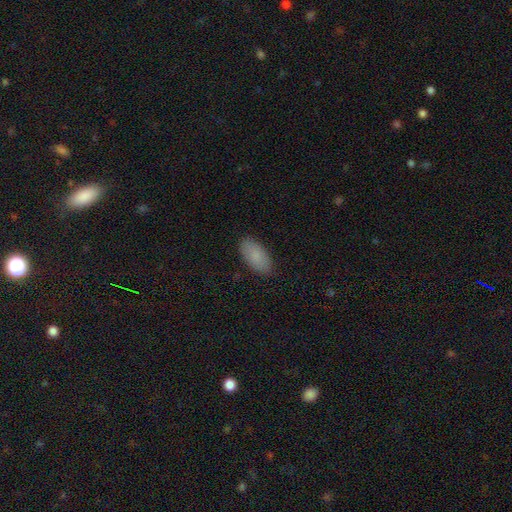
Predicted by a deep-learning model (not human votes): Q: Smooth or featured?
A: smooth (87%); runner-up: star or artifact (7%)
Q: How rounded?
A: in between (93%); runner-up: cigar-shaped (5%)
Q: Merging?
A: none (87%); runner-up: minor disturbance (10%)